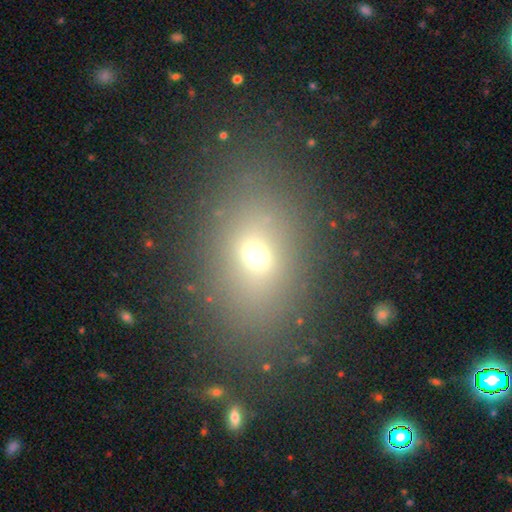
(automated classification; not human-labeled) A smooth galaxy with no disk features (63%) that is in between round and cigar-shaped (71%). Merging: none (82%).